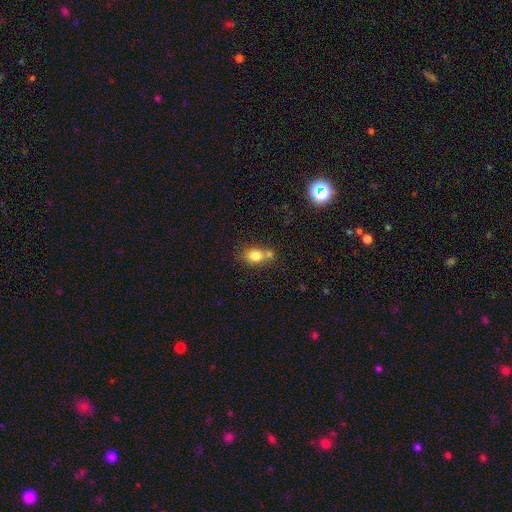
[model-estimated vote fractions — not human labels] Smooth or featured: smooth — 79% (featured or disk — 11%)
How rounded: in between — 54% (round — 45%)
Merging: none — 42% (tied with merger — 42%)